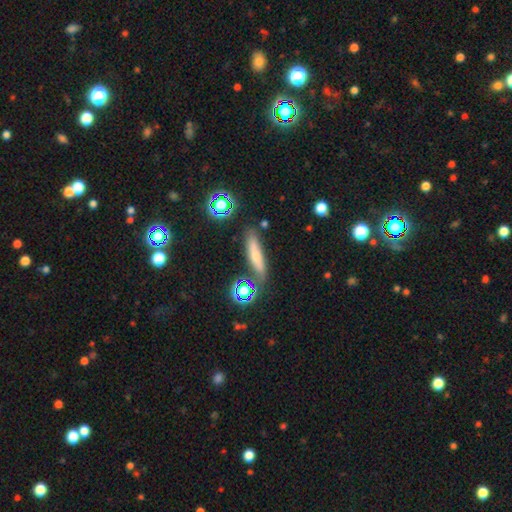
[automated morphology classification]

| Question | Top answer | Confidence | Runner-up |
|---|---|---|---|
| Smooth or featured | smooth | 55% | featured or disk (29%) |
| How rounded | cigar-shaped | 72% | in between (22%) |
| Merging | none | 74% | minor disturbance (15%) |